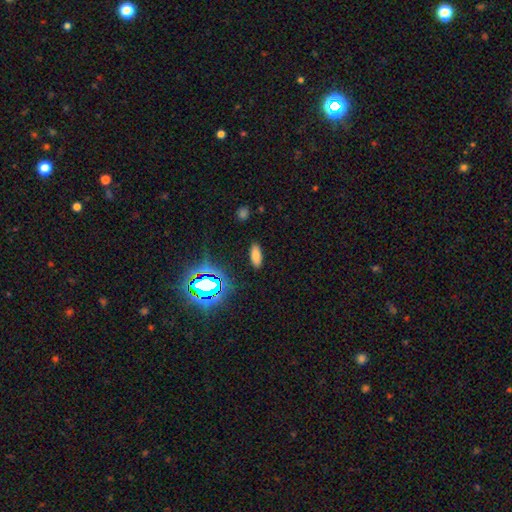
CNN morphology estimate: type=smooth (73%); roundness=in between (79%); merging=none (88%).